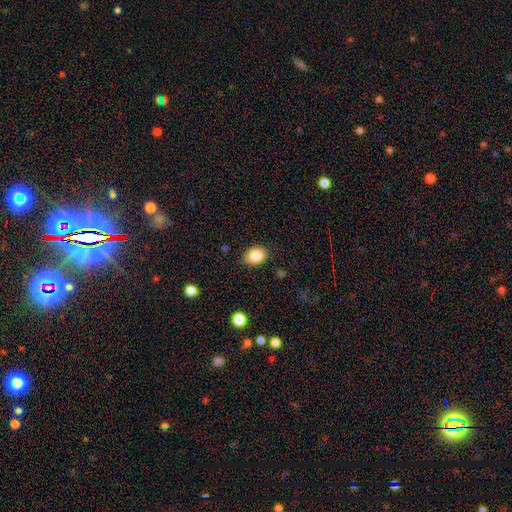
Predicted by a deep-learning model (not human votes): smooth-or-featured: smooth: 86% | star or artifact: 9% | featured or disk: 6%
  how-rounded: in between: 67% | round: 32% | cigar-shaped: 1%
  merging: none: 82% | minor disturbance: 14% | major disturbance: 3% | merger: 1%